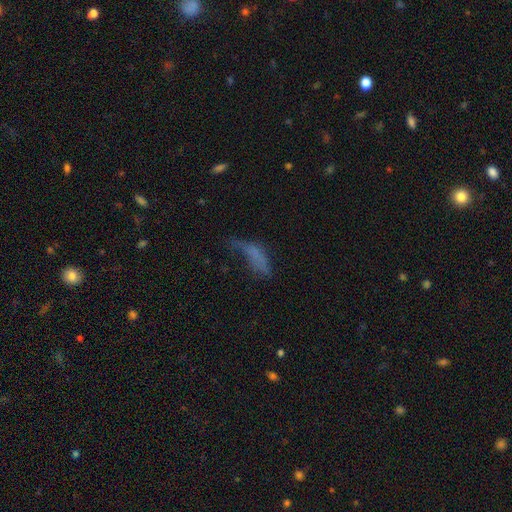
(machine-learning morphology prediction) Overall: smooth (54%; featured or disk 28%). How rounded: in between (63%; cigar-shaped 33%). Merging: major disturbance (44%; none 27%).